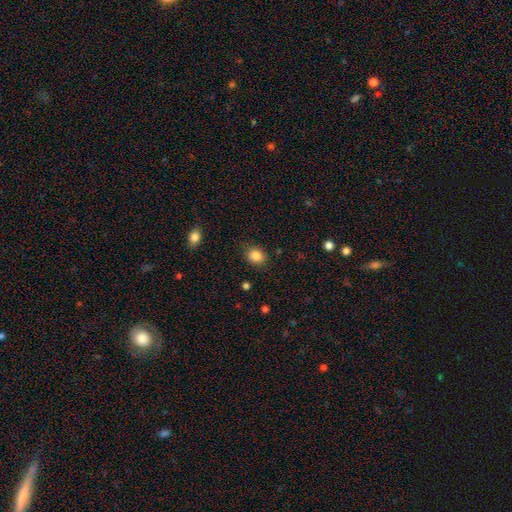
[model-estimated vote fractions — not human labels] Smooth or featured: smooth — 86% (star or artifact — 10%)
How rounded: round — 53% (in between — 46%)
Merging: none — 85% (minor disturbance — 10%)